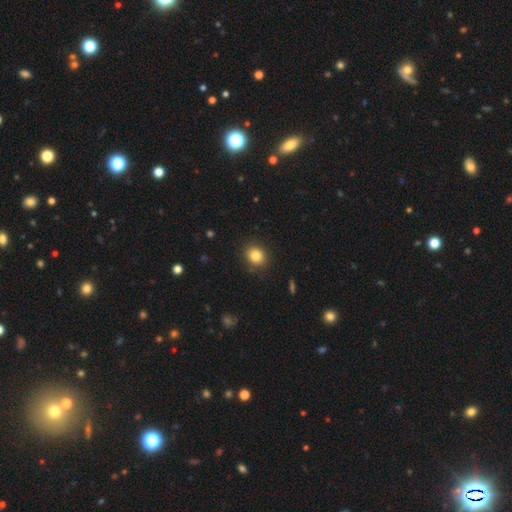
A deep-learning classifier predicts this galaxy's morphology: type=smooth (84%); roundness=round (68%); merging=none (87%).